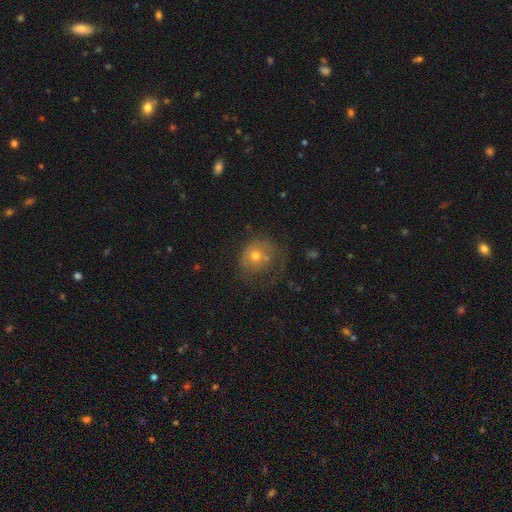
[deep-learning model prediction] The model was most divided on "merging": none: 40%, major disturbance: 31%, minor disturbance: 22%, merger: 7%. More confident: how rounded — round (75%); smooth or featured — smooth (53%).